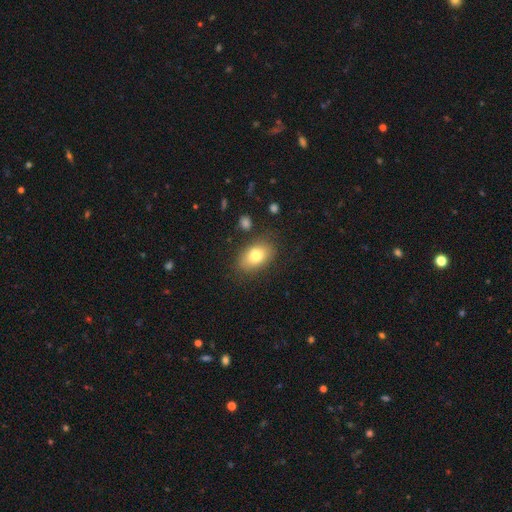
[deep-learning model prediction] Smooth or featured? smooth (78%)
How rounded? in between (88%)
Merging? none (80%)